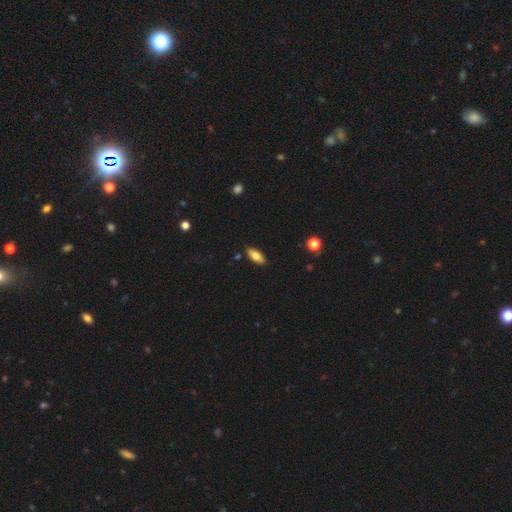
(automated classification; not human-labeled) This appears to be a smooth galaxy with no disk features (77%) that is in between round and cigar-shaped (83%). Merging: none (86%).